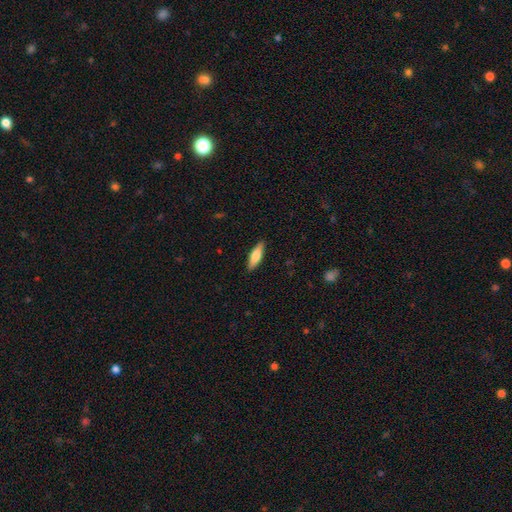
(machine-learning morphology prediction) The model was most divided on "how rounded": cigar-shaped: 52%, in between: 46%, round: 2%. More confident: merging — none (88%); smooth or featured — smooth (73%).